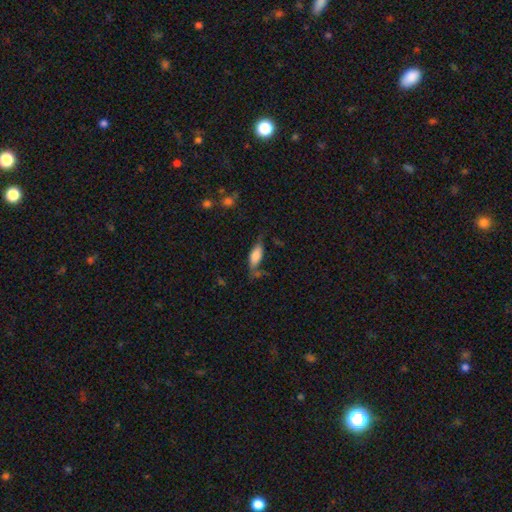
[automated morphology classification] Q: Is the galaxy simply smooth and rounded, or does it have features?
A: smooth — 72%.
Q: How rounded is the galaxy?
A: in between — 74%.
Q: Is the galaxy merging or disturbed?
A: none — 48%.